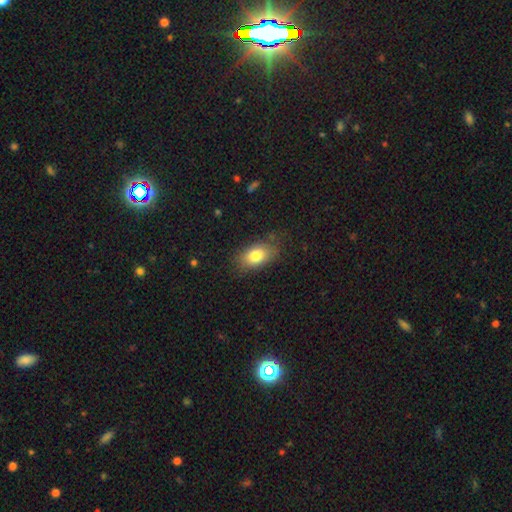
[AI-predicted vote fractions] A smooth galaxy with no disk features (80%) that is in between round and cigar-shaped (86%).

Vote fractions:
- Smooth or featured? smooth: 80% / featured or disk: 12% / star or artifact: 8%
- How rounded? in between: 86% / round: 11% / cigar-shaped: 3%
- Merging? none: 77% / minor disturbance: 17% / major disturbance: 5% / merger: 1%